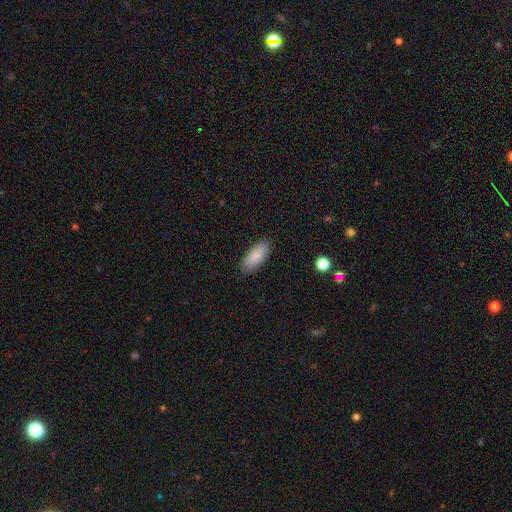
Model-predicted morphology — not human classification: Q: Smooth or featured?
A: smooth (87%); runner-up: featured or disk (7%)
Q: How rounded?
A: in between (82%); runner-up: cigar-shaped (16%)
Q: Merging?
A: none (88%); runner-up: minor disturbance (9%)